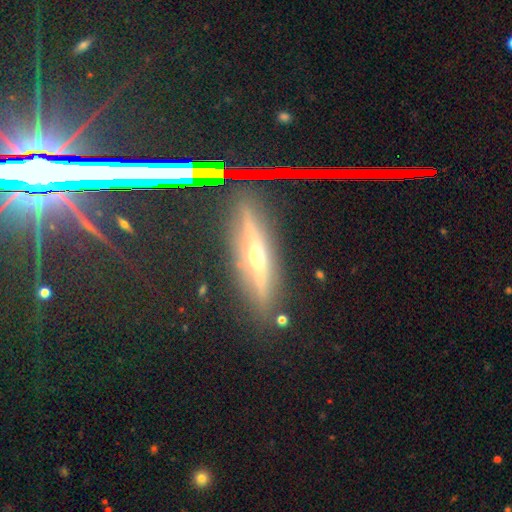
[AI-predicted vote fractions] A featured or disk galaxy (53%) viewed edge-on (88%). Merging: none (86%).